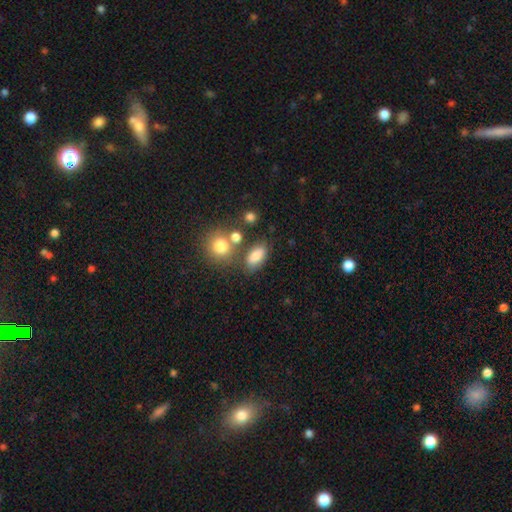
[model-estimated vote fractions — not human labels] A smooth galaxy with no disk features (81%) that is in between round and cigar-shaped (85%).

Vote fractions:
- Smooth or featured? smooth: 81% / star or artifact: 11% / featured or disk: 9%
- How rounded? in between: 85% / round: 11% / cigar-shaped: 4%
- Merging? none: 66% / minor disturbance: 15% / merger: 13% / major disturbance: 5%